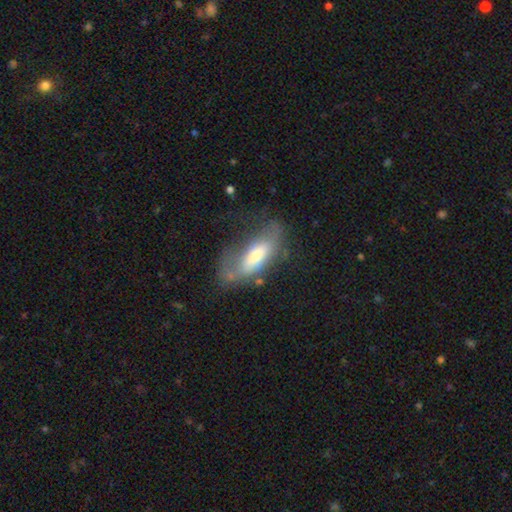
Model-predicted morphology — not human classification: A smooth galaxy with no disk features (53%) that is in between round and cigar-shaped (70%).

Vote fractions:
- Smooth or featured? smooth: 53% / featured or disk: 40% / star or artifact: 7%
- How rounded? in between: 70% / cigar-shaped: 28% / round: 2%
- Merging? none: 42% / minor disturbance: 27% / major disturbance: 24% / merger: 6%